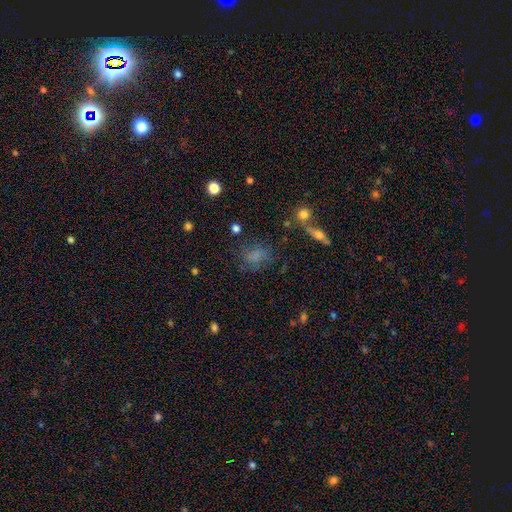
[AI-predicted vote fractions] Smooth or featured: smooth — 59% (featured or disk — 21%)
How rounded: in between — 56% (round — 41%)
Merging: none — 57% (minor disturbance — 22%)